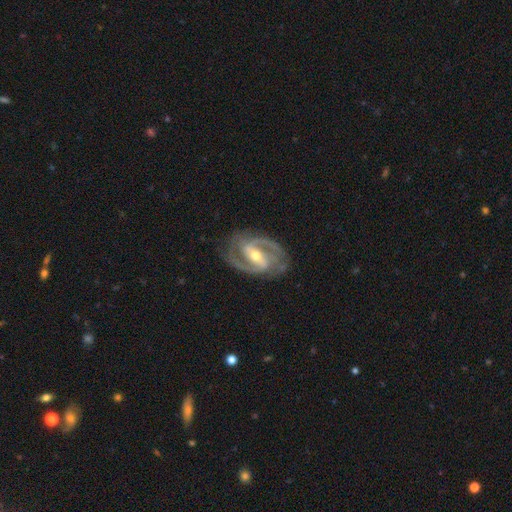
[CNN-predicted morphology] Smooth or featured?
  - featured or disk: 92% *
  - star or artifact: 4%
  - smooth: 4%
Edge-on disk?
  - no: 97% *
  - yes: 3%
Bar?
  - strong: 52% *
  - weak: 35%
  - no: 13%
Spiral arms?
  - yes: 98% *
  - no: 2%
Spiral winding?
  - medium: 57% *
  - tight: 32%
  - loose: 11%
Spiral arm count?
  - 2: 85% *
  - 3: 8%
  - can't tell: 3%
  - 1: 2%
  - 4: 1%
  - more than 4: 1%
Bulge size?
  - moderate: 62% *
  - small: 34%
  - large: 3%
  - none: 1%
  - dominant: 1%
Merging?
  - none: 80% *
  - minor disturbance: 14%
  - major disturbance: 5%
  - merger: 1%